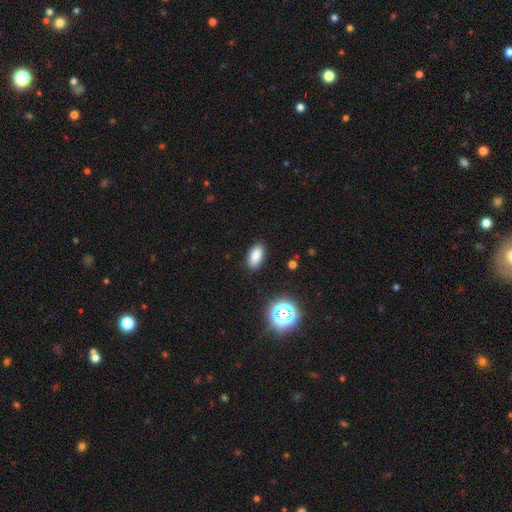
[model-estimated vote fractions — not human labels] This is clearly a smooth galaxy (84%). How rounded: clearly in between (91%). Merging: clearly none (88%).